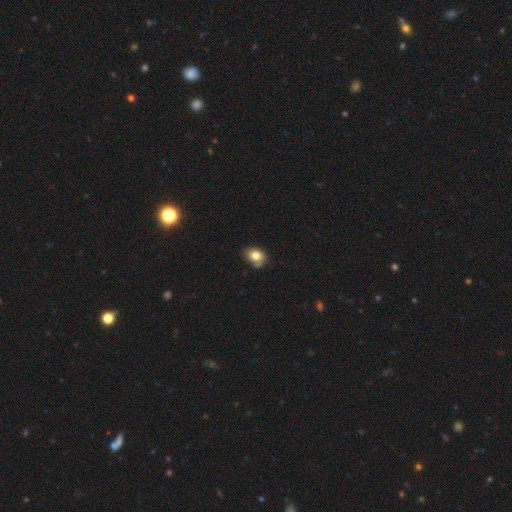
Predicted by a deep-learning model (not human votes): Q: Smooth or featured?
A: smooth (79%); runner-up: featured or disk (11%)
Q: How rounded?
A: in between (61%); runner-up: round (38%)
Q: Merging?
A: none (61%); runner-up: minor disturbance (28%)